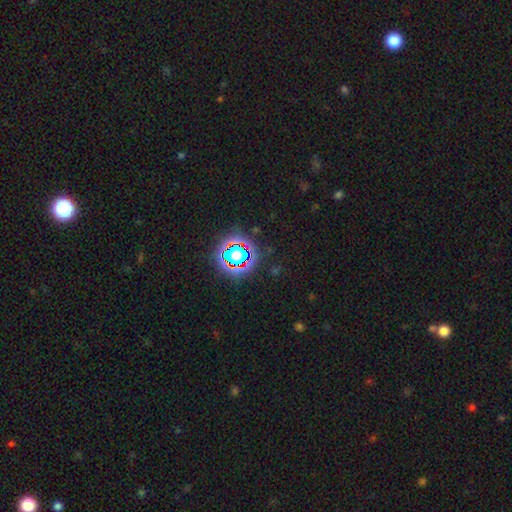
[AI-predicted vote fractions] Smooth or featured? star or artifact (79%)